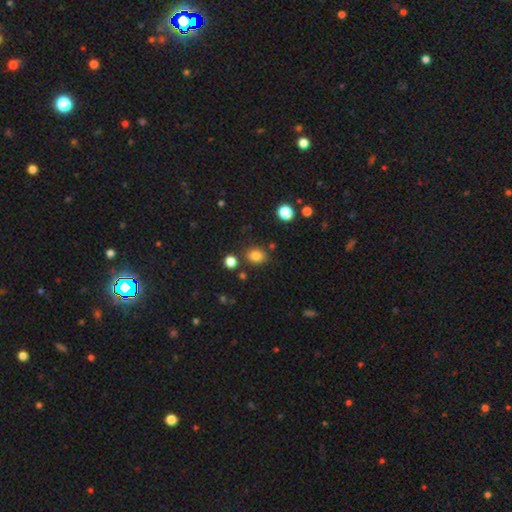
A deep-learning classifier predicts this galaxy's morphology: Q: Smooth or featured?
A: smooth (82%); runner-up: star or artifact (12%)
Q: How rounded?
A: round (50%); runner-up: in between (49%)
Q: Merging?
A: none (81%); runner-up: minor disturbance (11%)